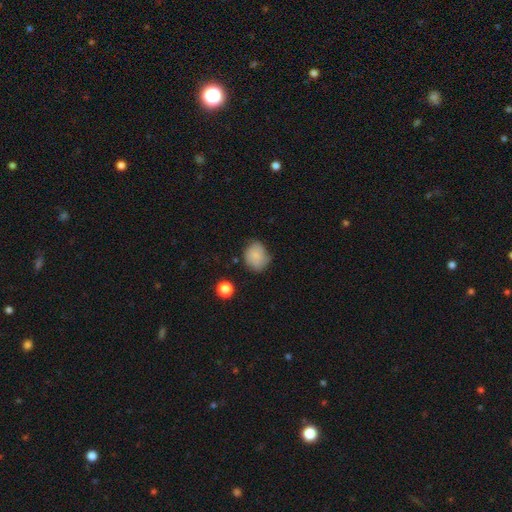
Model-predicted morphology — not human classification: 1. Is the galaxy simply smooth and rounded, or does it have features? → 81% smooth, 10% star or artifact, 10% featured or disk.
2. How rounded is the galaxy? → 60% round, 39% in between, 1% cigar-shaped.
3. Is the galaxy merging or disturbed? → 63% none, 28% minor disturbance, 6% major disturbance, 3% merger.